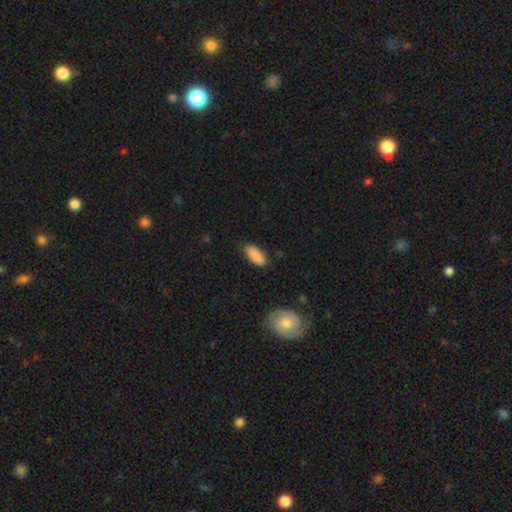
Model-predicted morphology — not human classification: Smooth or featured? Predicted: smooth (p=0.89). How rounded? Predicted: in between (p=0.86). Merging? Predicted: none (p=0.81).